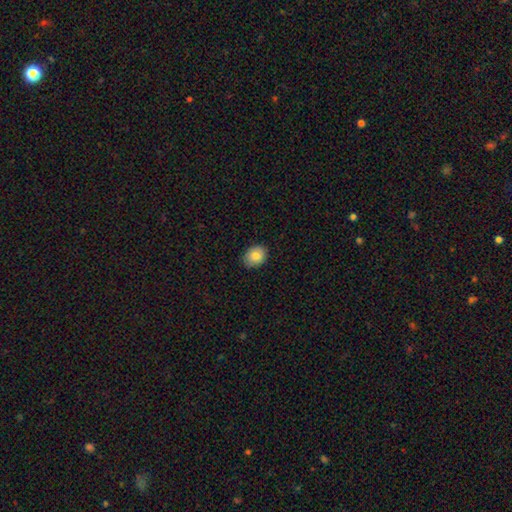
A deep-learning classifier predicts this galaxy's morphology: smooth 86%, star or artifact 8%, featured or disk 6%. Down the decision tree: how rounded — in between (55%); merging — none (88%).